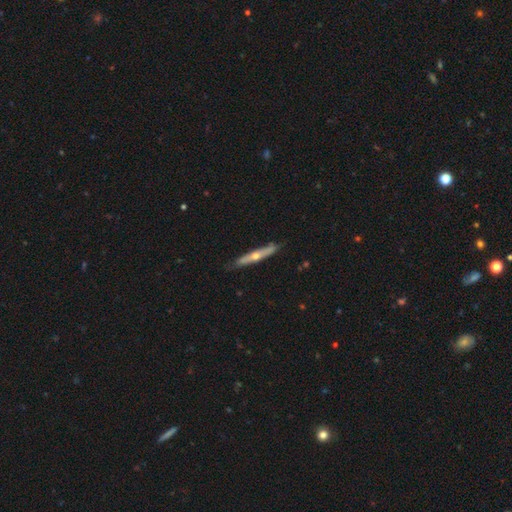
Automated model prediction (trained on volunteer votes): This is likely a featured or disk galaxy (64%). It is clearly viewed edge-on (92%). Edge-on bulge: clearly rounded (82%). Merging: clearly none (86%).